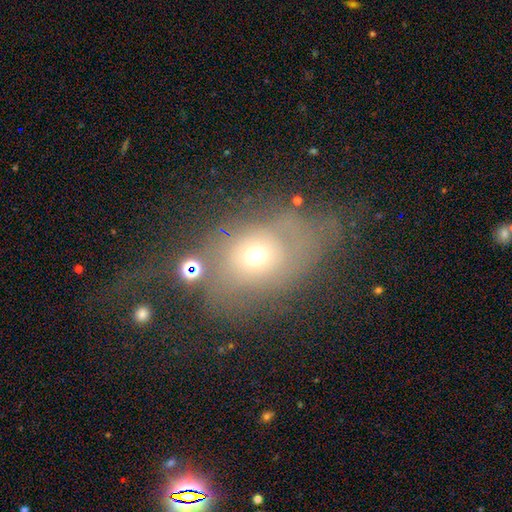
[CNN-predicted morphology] Smooth or featured? Predicted: smooth (p=0.51). How rounded? Predicted: in between (p=0.58). Merging? Predicted: none (p=0.37).